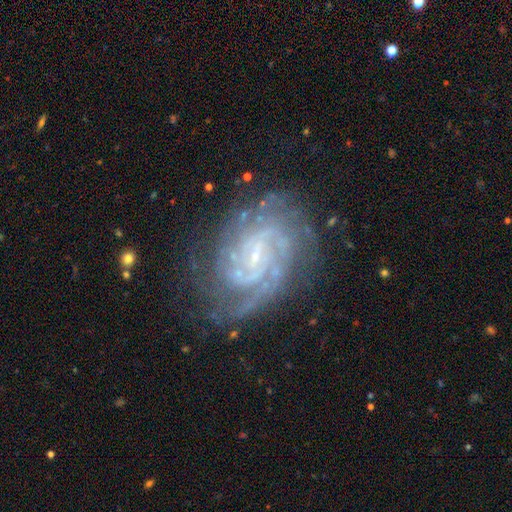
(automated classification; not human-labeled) Smooth or featured? featured or disk (89%)
Edge-on disk? no (97%)
Bar? weak (46%)
Spiral arms? yes (98%)
Spiral winding? tight (64%)
Spiral arm count? 2 (26%)
Bulge size? small (82%)
Merging? none (75%)